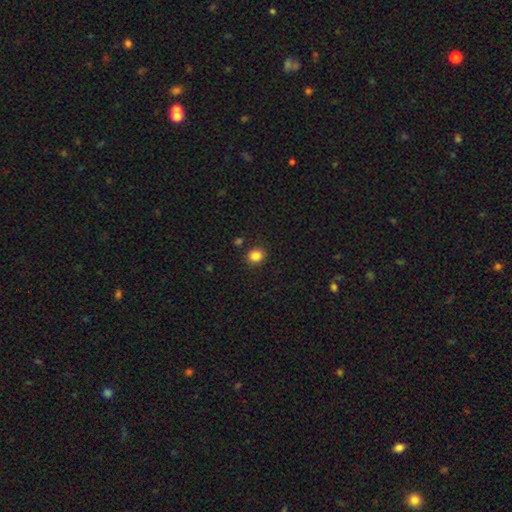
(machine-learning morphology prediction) Smooth or featured? Predicted: smooth (p=0.85). How rounded? Predicted: round (p=0.74). Merging? Predicted: none (p=0.88).